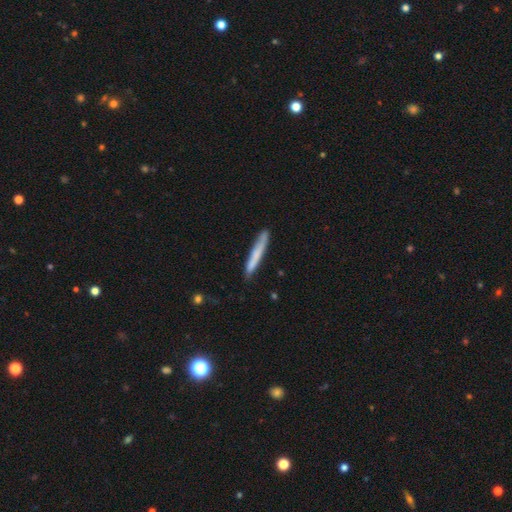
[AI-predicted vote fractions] smooth 68%, featured or disk 26%, star or artifact 6%. Down the decision tree: how rounded — cigar-shaped (96%); merging — none (82%).